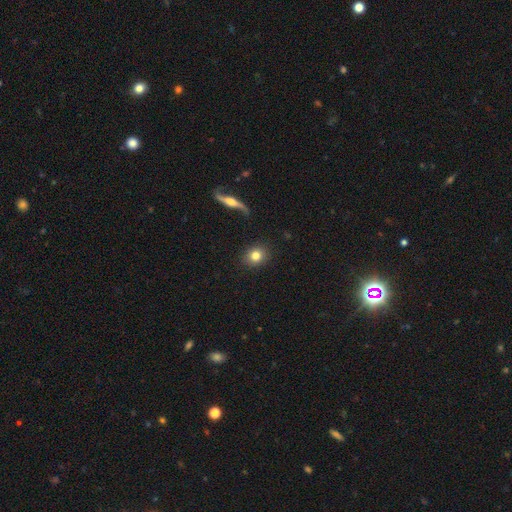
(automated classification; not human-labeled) This appears to be a smooth galaxy with no disk features (80%) that is round (74%). Merging: none (90%).